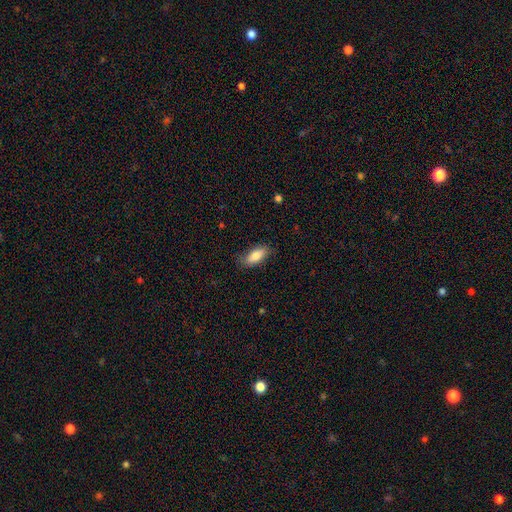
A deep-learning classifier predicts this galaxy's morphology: smooth-or-featured: smooth: 83% | featured or disk: 11% | star or artifact: 6%
  how-rounded: in between: 81% | cigar-shaped: 17% | round: 2%
  merging: none: 79% | minor disturbance: 17% | major disturbance: 4% | merger: 1%